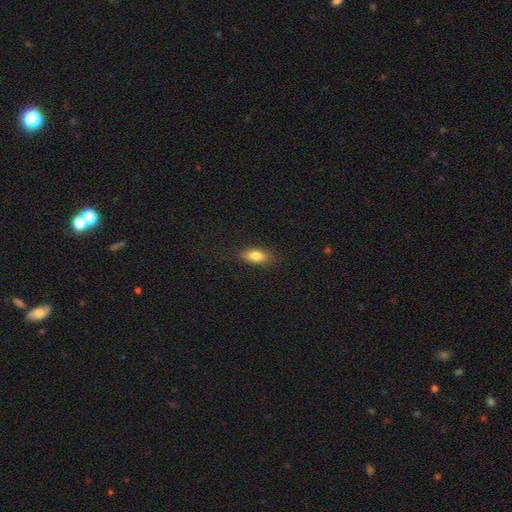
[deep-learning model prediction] Morphology: type=smooth (80%); roundness=in between (80%); merging=none (84%).